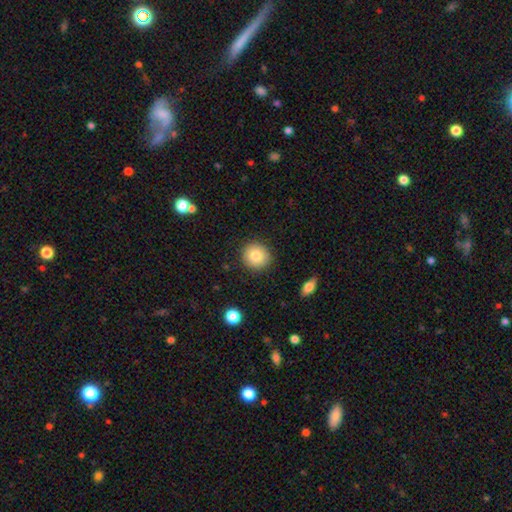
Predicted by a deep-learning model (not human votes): Smooth or featured? smooth (82%)
How rounded? round (90%)
Merging? none (89%)